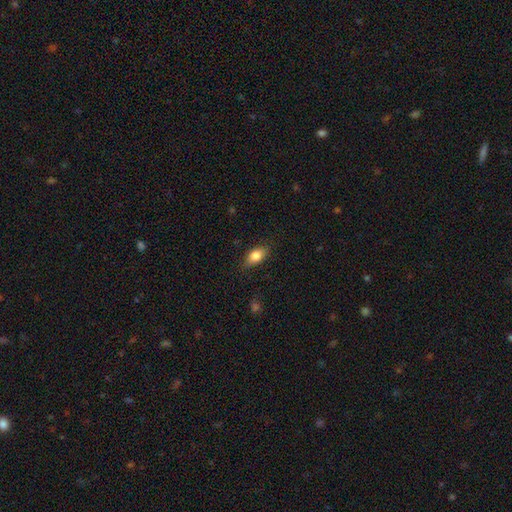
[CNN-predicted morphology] Overall: smooth (82%). How rounded: in between (86%). Merging: none (83%).